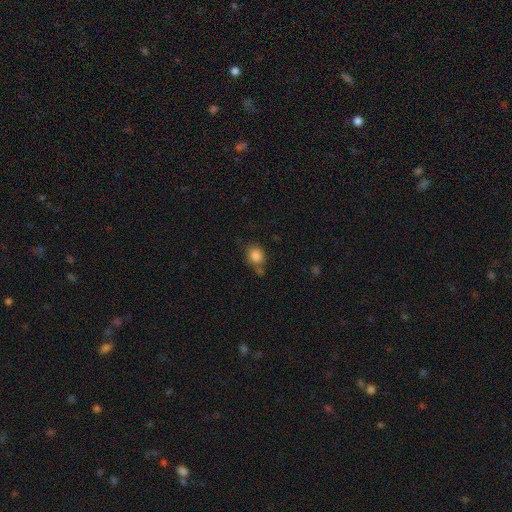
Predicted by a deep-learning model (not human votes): This appears to be a smooth galaxy with no disk features (84%) that is round (69%). Merging: none (56%).